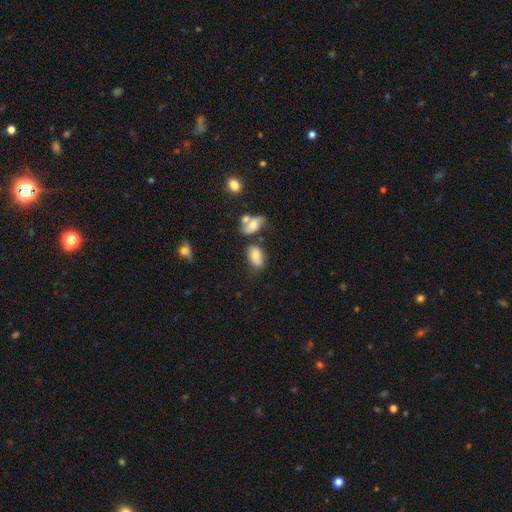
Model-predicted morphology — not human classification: Smooth or featured? smooth (77%)
How rounded? in between (90%)
Merging? none (53%)